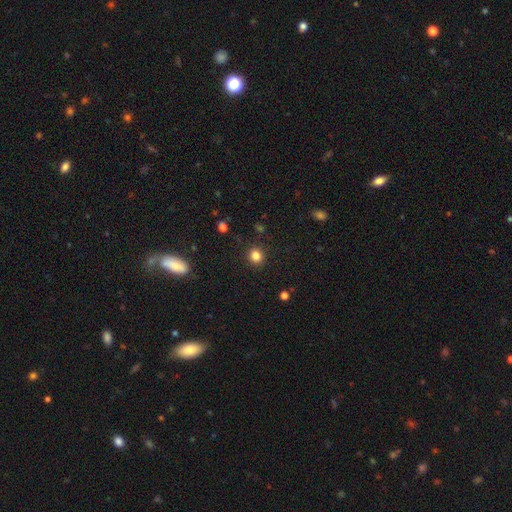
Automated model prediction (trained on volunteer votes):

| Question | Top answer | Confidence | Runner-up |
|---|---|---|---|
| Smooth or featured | smooth | 83% | star or artifact (13%) |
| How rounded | round | 86% | in between (13%) |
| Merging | none | 90% | minor disturbance (6%) |